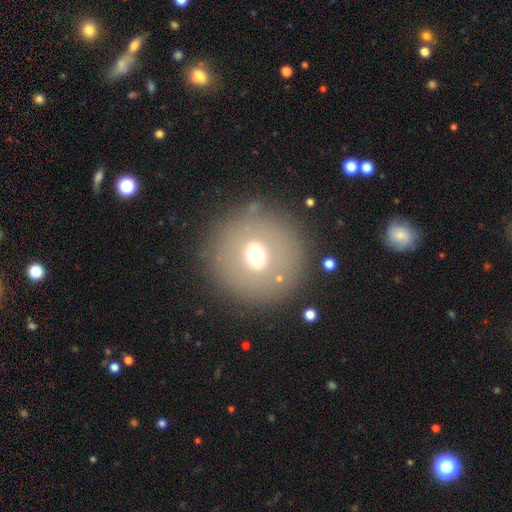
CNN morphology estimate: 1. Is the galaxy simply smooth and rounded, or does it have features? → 58% smooth, 28% featured or disk, 14% star or artifact.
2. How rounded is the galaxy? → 91% round, 8% in between, 1% cigar-shaped.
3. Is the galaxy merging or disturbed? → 83% none, 9% minor disturbance, 5% major disturbance, 3% merger.